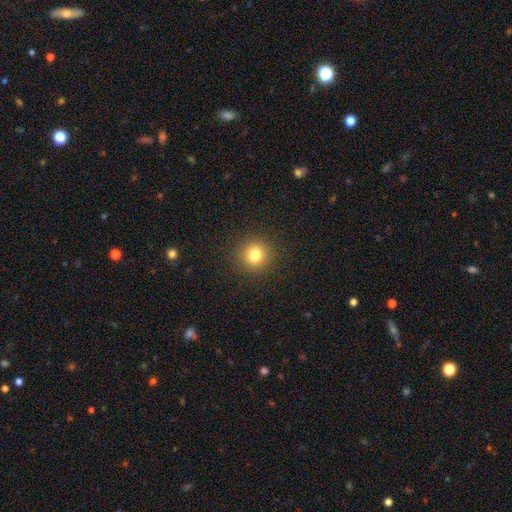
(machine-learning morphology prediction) smooth-or-featured: smooth: 79% | star or artifact: 15% | featured or disk: 7%
  how-rounded: round: 93% | in between: 6% | cigar-shaped: 1%
  merging: none: 93% | minor disturbance: 4% | major disturbance: 2% | merger: 1%